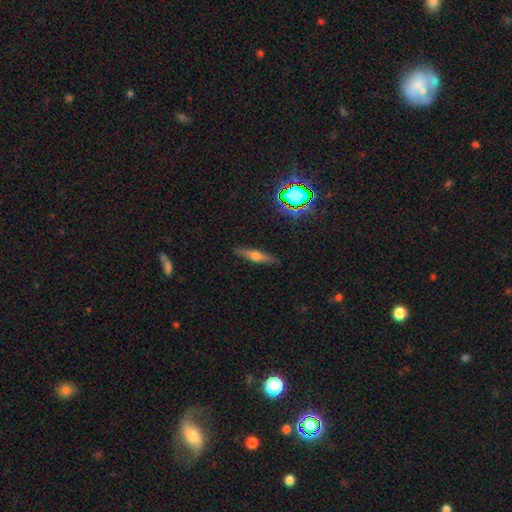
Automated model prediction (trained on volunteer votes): A featured or disk galaxy (51%) viewed edge-on (93%).

Vote fractions:
- Smooth or featured? featured or disk: 51% / smooth: 38% / star or artifact: 10%
- Edge-on disk? yes: 93% / no: 7%
- Merging? none: 87% / minor disturbance: 10% / major disturbance: 2% / merger: 1%